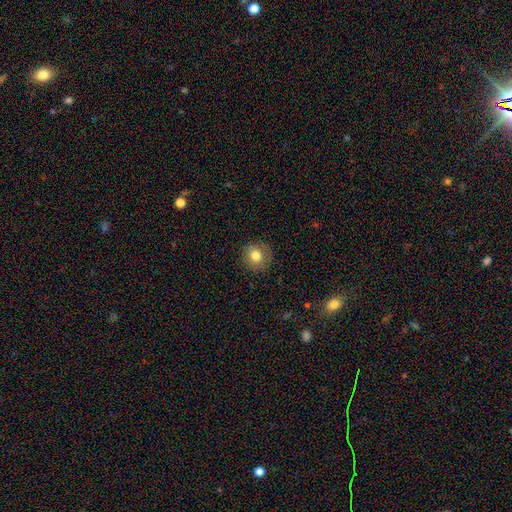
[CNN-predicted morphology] Q: Smooth or featured?
A: smooth (80%); runner-up: featured or disk (11%)
Q: How rounded?
A: round (89%); runner-up: in between (10%)
Q: Merging?
A: none (88%); runner-up: minor disturbance (9%)